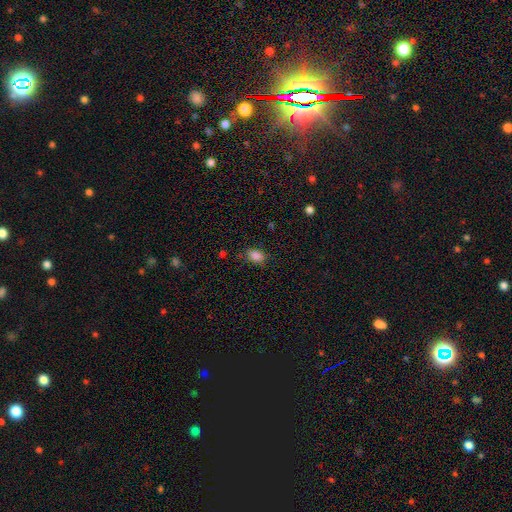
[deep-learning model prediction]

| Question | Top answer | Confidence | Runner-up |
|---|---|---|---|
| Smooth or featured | smooth | 86% | star or artifact (10%) |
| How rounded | in between | 80% | round (19%) |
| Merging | none | 75% | minor disturbance (18%) |